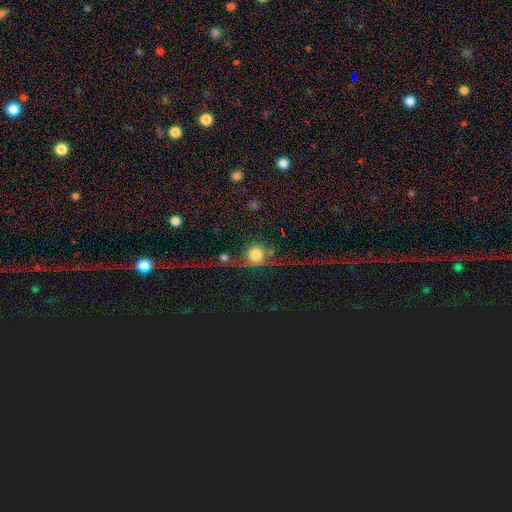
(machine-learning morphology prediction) type=smooth (48%); merging=none (44%).